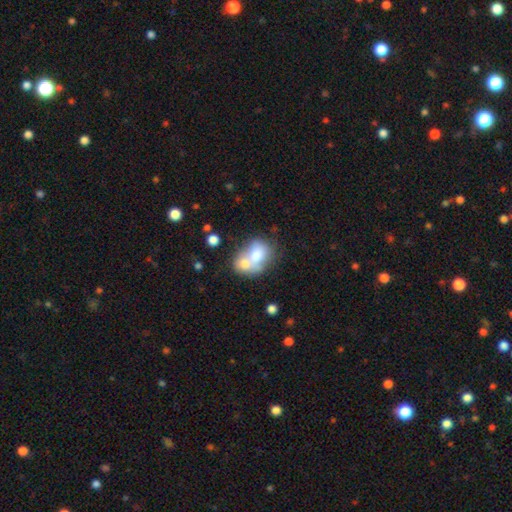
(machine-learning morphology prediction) smooth 69%, featured or disk 23%, star or artifact 8%. Down the decision tree: how rounded — in between (60%); merging — merger (69%).